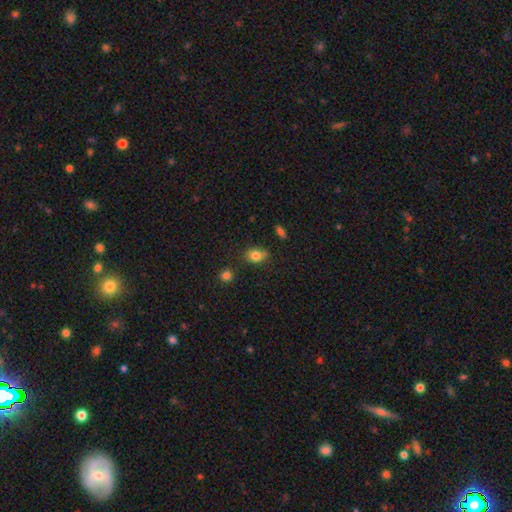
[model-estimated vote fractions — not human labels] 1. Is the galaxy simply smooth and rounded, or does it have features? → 82% smooth, 11% star or artifact, 7% featured or disk.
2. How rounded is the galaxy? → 60% in between, 39% round, 2% cigar-shaped.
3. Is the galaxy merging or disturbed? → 67% none, 22% minor disturbance, 6% merger, 5% major disturbance.